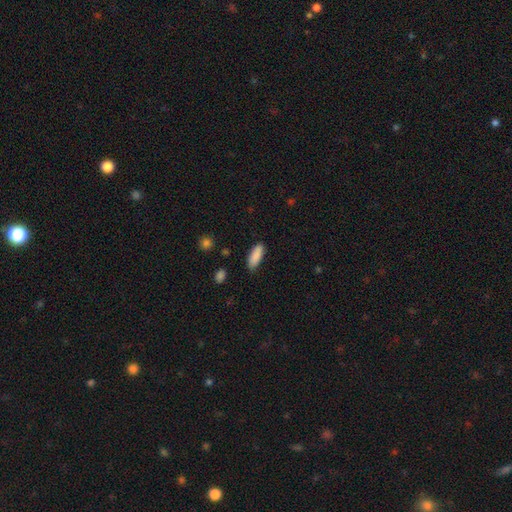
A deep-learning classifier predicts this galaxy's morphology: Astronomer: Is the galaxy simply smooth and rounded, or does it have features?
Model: smooth — 89%.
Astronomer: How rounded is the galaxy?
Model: in between — 65%.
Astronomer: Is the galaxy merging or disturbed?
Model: none — 86%.